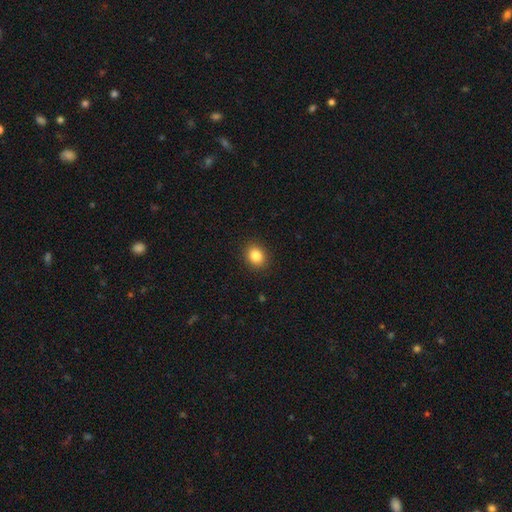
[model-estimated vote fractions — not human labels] Smooth or featured? smooth (85%)
How rounded? round (62%)
Merging? none (90%)